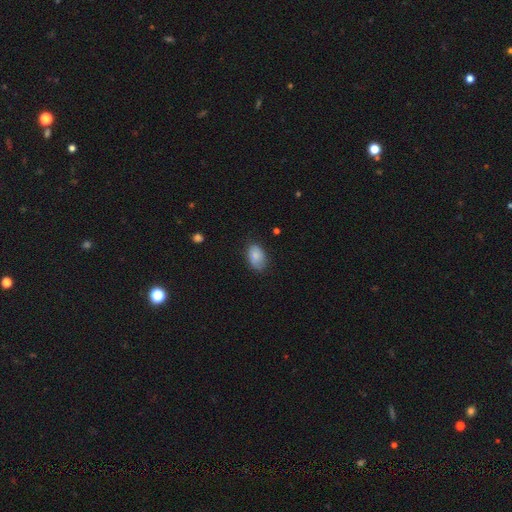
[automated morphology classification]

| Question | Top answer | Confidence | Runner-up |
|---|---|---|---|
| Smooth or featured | smooth | 82% | featured or disk (10%) |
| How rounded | in between | 90% | round (8%) |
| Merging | none | 72% | minor disturbance (22%) |